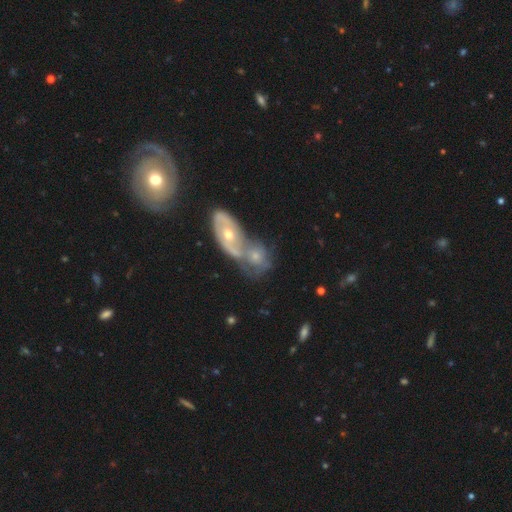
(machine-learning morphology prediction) Q: Smooth or featured?
A: featured or disk (54%); runner-up: smooth (38%)
Q: Edge-on disk?
A: no (92%); runner-up: yes (8%)
Q: Merging?
A: merger (69%); runner-up: none (18%)